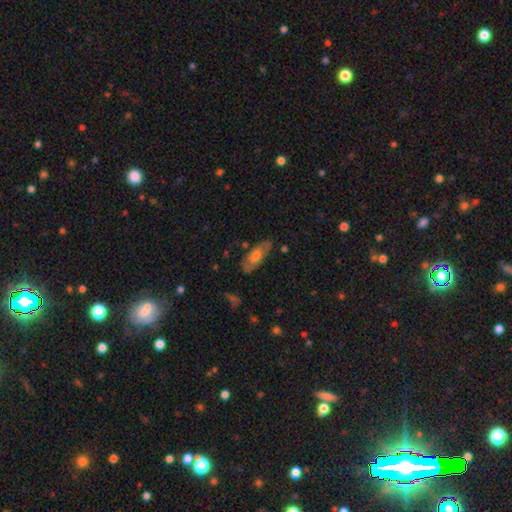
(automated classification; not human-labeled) Overall: smooth (58%; featured or disk 35%). How rounded: in between (73%). Merging: none (77%).